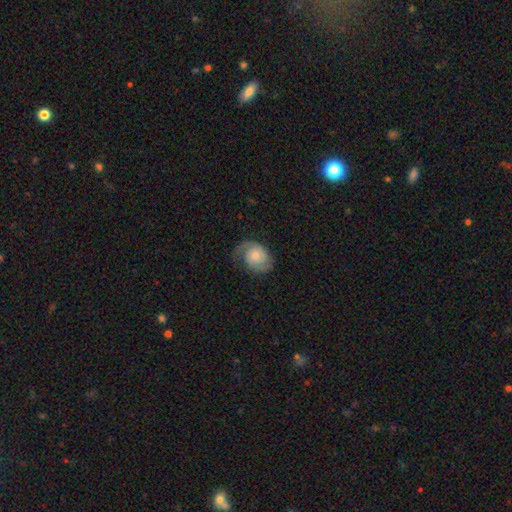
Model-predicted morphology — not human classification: Smooth or featured?
  - featured or disk: 61% *
  - smooth: 32%
  - star or artifact: 7%
Edge-on disk?
  - no: 97% *
  - yes: 3%
Bar?
  - no: 77% *
  - weak: 20%
  - strong: 3%
Spiral arms?
  - yes: 91% *
  - no: 9%
Spiral winding?
  - tight: 41% *
  - medium: 38%
  - loose: 21%
Spiral arm count?
  - 2: 59% *
  - 1: 27%
  - can't tell: 10%
  - 3: 2%
  - 4: 1%
  - more than 4: 1%
Bulge size?
  - moderate: 45% *
  - small: 43%
  - large: 6%
  - none: 4%
  - dominant: 2%
Merging?
  - none: 56% *
  - minor disturbance: 26%
  - major disturbance: 16%
  - merger: 1%